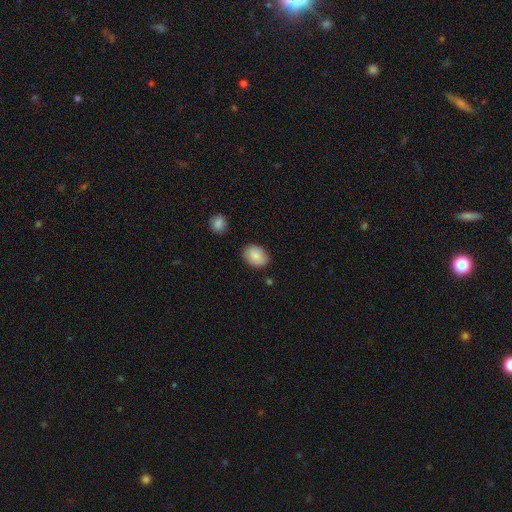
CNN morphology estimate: smooth 86%, featured or disk 7%, star or artifact 7%. Down the decision tree: how rounded — in between (80%); merging — none (81%).